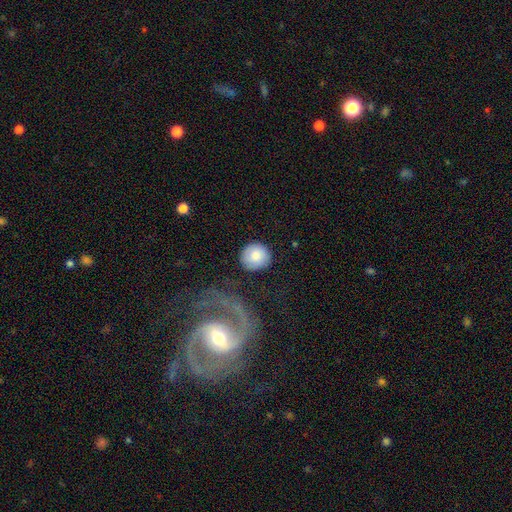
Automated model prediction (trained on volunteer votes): smooth-or-featured: smooth: 81% | featured or disk: 12% | star or artifact: 7%
  how-rounded: round: 91% | in between: 7% | cigar-shaped: 1%
  merging: none: 82% | minor disturbance: 12% | major disturbance: 4% | merger: 3%